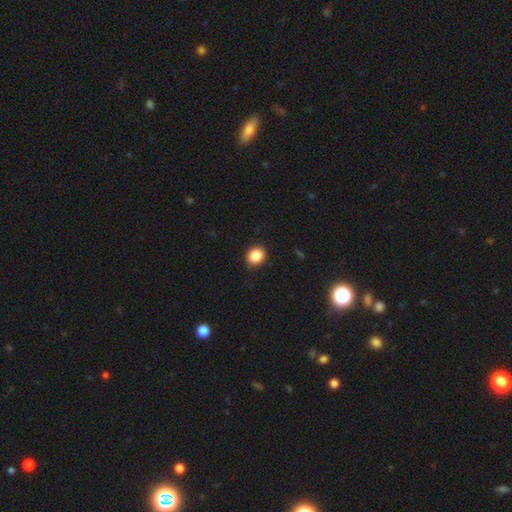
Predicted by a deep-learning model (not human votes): This is clearly a smooth galaxy (86%). How rounded: likely round (74%). Merging: clearly none (87%).